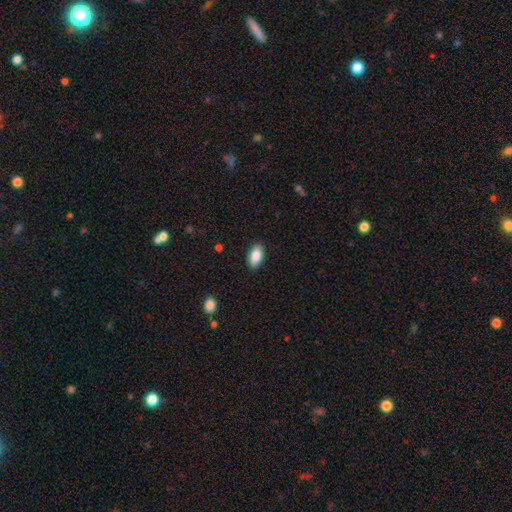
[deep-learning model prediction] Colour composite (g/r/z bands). It shows a smooth galaxy with no disk features (88%) that is in between round and cigar-shaped (93%). Merging: none (89%).